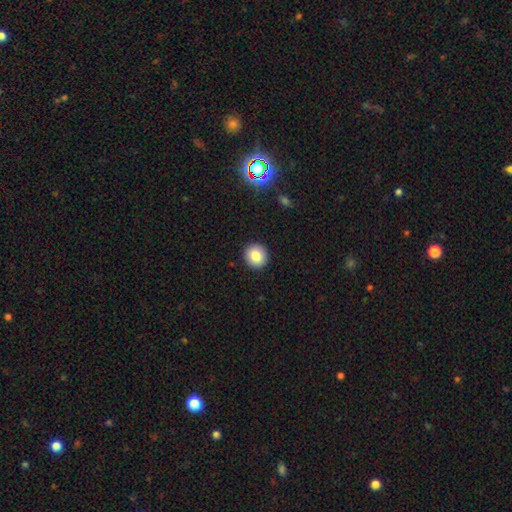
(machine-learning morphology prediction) smooth 83%, star or artifact 9%, featured or disk 8%. Down the decision tree: how rounded — round (90%); merging — none (92%).